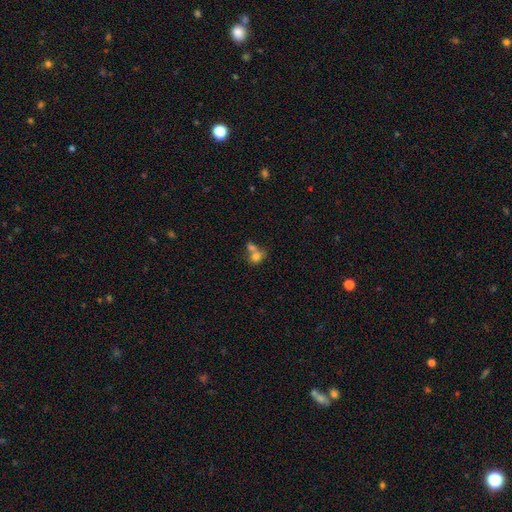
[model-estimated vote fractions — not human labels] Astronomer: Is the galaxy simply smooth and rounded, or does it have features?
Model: smooth — 74%.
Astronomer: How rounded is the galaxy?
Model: round — 54% (runner-up: in between, 45%).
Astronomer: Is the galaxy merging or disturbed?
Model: merger — 61%.